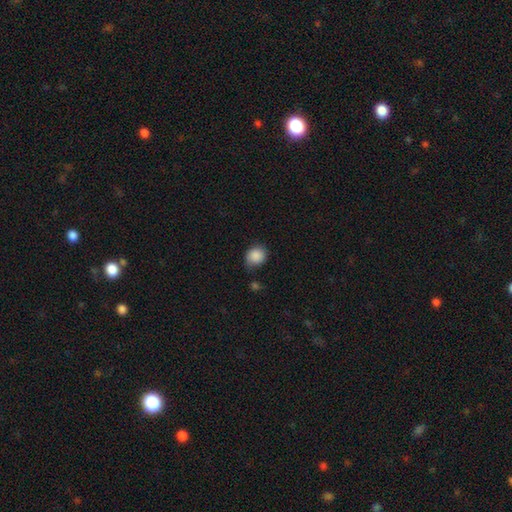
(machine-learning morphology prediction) Smooth or featured? Predicted: smooth (p=0.88). How rounded? Predicted: round (p=0.70). Merging? Predicted: none (p=0.66).